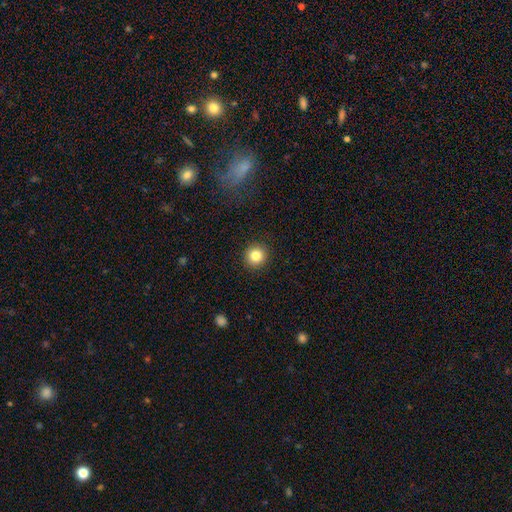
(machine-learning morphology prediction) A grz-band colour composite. It shows a smooth galaxy with no disk features (83%) that is round (93%). Merging: none (92%).